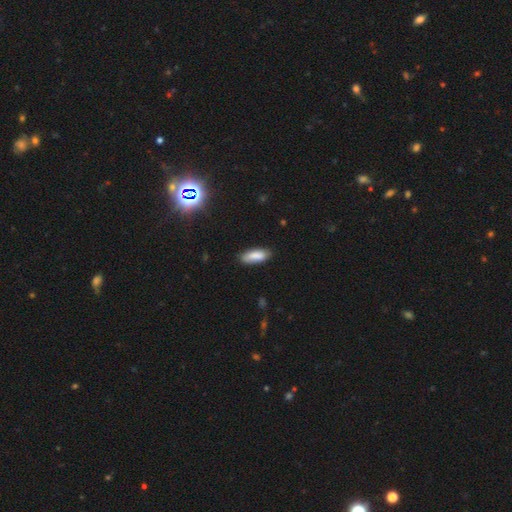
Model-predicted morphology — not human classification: Smooth or featured? Predicted: smooth (p=0.85). How rounded? Predicted: in between (p=0.71). Merging? Predicted: none (p=0.80).